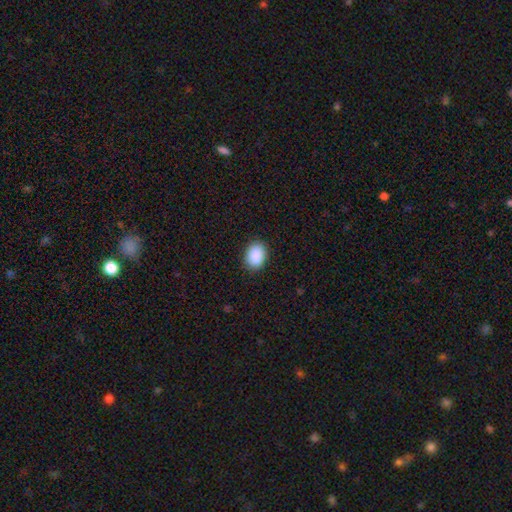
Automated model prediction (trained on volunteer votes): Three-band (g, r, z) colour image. It shows a smooth galaxy with no disk features (90%) that is in between round and cigar-shaped (74%). Merging: none (87%).